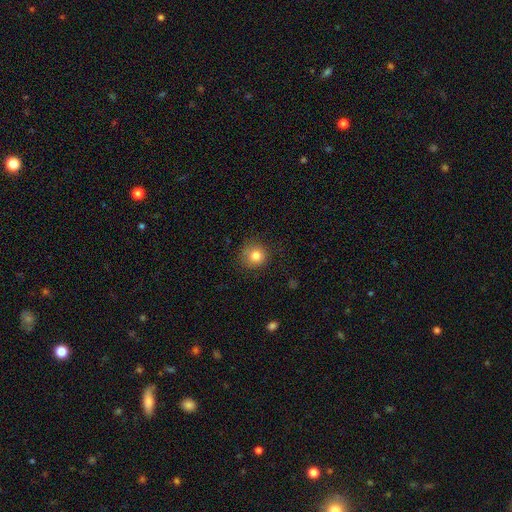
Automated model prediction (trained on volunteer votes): Smooth or featured? smooth (82%)
How rounded? round (92%)
Merging? none (82%)